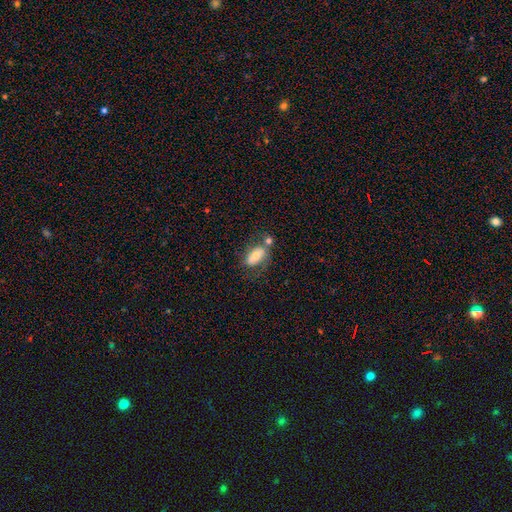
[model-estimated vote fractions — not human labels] Morphology: type=smooth (64%); roundness=in between (89%); merging=none (47%).